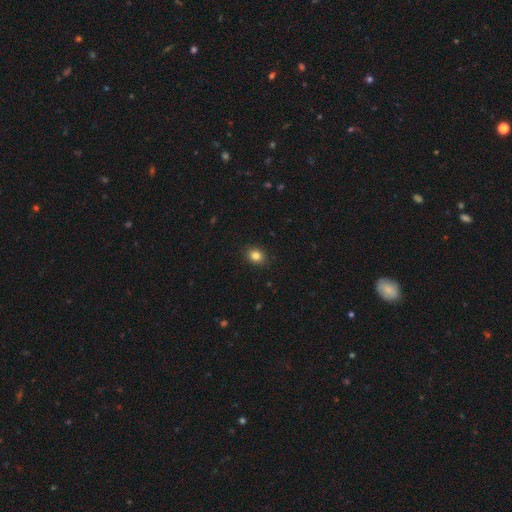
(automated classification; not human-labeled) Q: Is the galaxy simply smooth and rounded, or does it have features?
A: smooth — 84%.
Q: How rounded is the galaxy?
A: round — 52%.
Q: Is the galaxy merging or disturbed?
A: none — 90%.